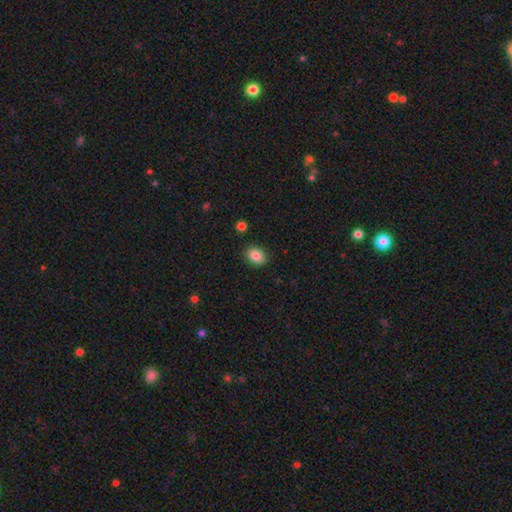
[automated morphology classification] smooth 85%, star or artifact 9%, featured or disk 6%. Down the decision tree: how rounded — in between (72%); merging — none (87%).